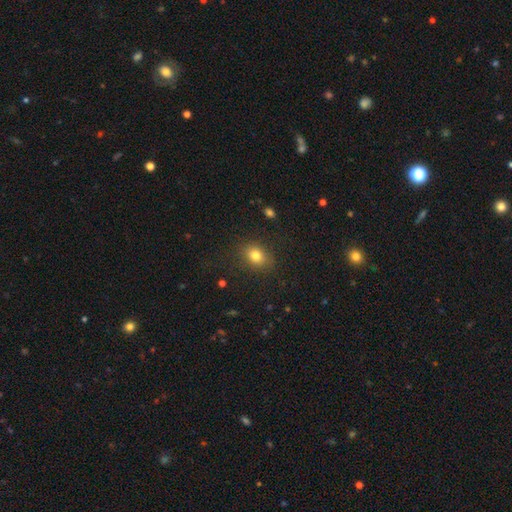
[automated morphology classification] smooth 80%, star or artifact 12%, featured or disk 8%. Down the decision tree: how rounded — in between (54%); merging — none (83%).